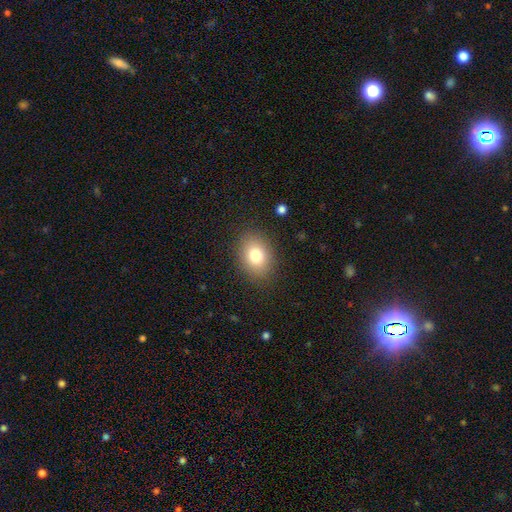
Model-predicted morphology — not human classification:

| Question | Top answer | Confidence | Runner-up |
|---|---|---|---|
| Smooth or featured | smooth | 78% | featured or disk (11%) |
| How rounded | in between | 66% | round (33%) |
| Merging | none | 86% | minor disturbance (9%) |